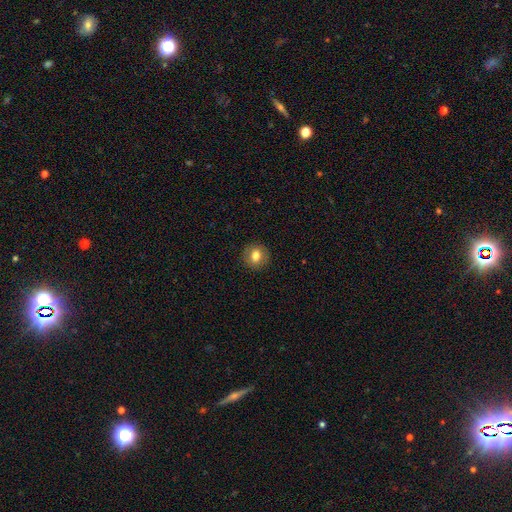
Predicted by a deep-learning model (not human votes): This is likely a smooth galaxy (76%). How rounded: clearly round (83%). Merging: clearly none (90%).